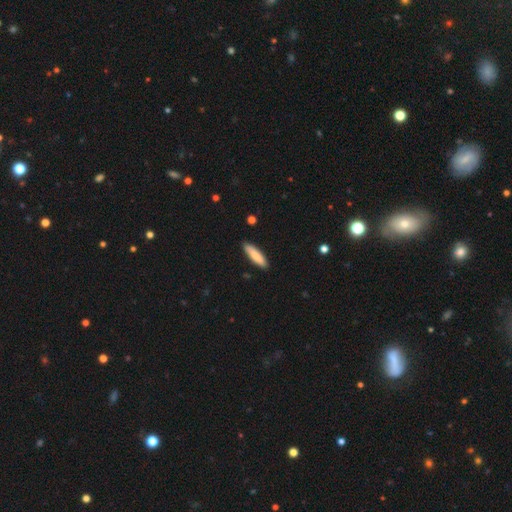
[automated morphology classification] smooth 84%, featured or disk 11%, star or artifact 5%. Down the decision tree: how rounded — cigar-shaped (69%); merging — none (89%).